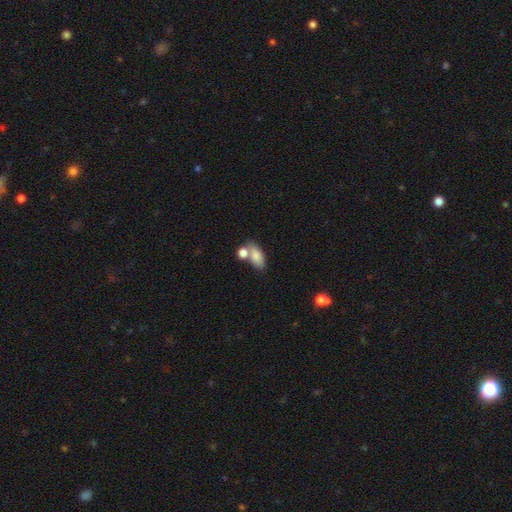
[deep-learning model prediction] Overall: smooth (82%). How rounded: in between (86%). Merging: none (44%; merger 37%).